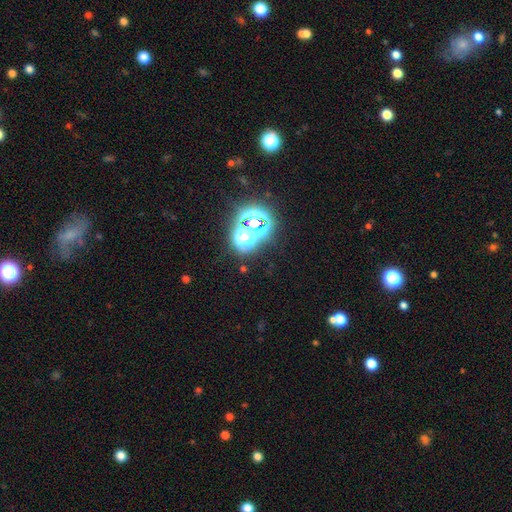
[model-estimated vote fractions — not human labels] Overall: star or artifact (76%).